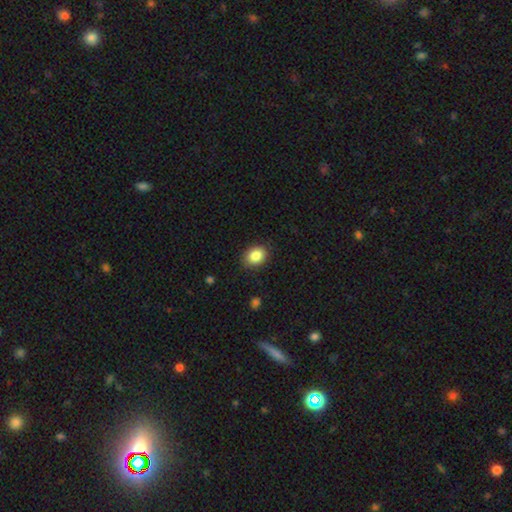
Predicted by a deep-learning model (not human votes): Smooth or featured: smooth — 86% (star or artifact — 9%)
How rounded: in between — 58% (round — 41%)
Merging: none — 86% (minor disturbance — 11%)